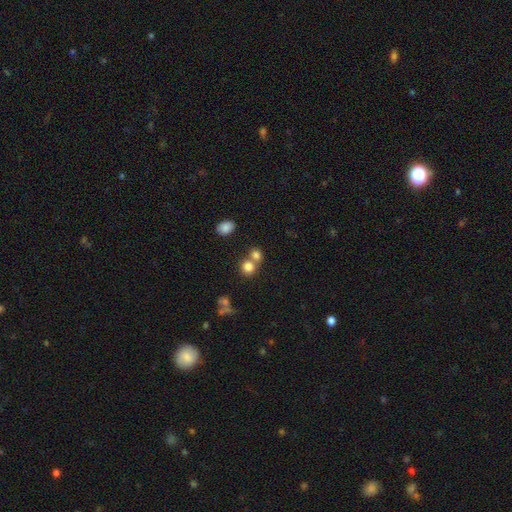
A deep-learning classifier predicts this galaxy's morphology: Smooth or featured?
  - smooth: 78% *
  - star or artifact: 13%
  - featured or disk: 9%
How rounded?
  - round: 74% *
  - in between: 25%
  - cigar-shaped: 1%
Merging?
  - merger: 48% *
  - none: 42%
  - minor disturbance: 7%
  - major disturbance: 3%